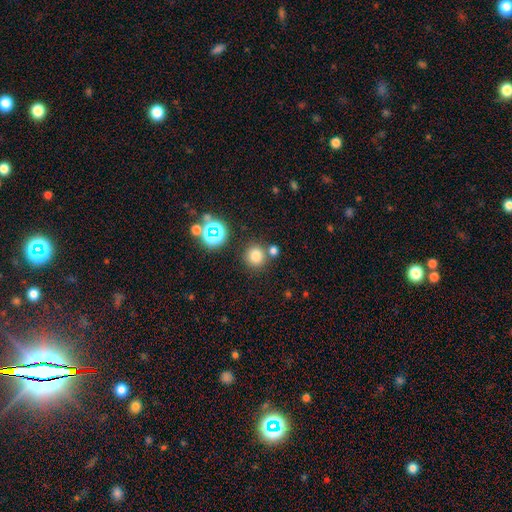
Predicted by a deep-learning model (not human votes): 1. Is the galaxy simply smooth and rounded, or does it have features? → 75% smooth, 18% star or artifact, 7% featured or disk.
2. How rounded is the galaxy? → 90% round, 9% in between, 1% cigar-shaped.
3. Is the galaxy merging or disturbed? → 75% none, 13% merger, 8% minor disturbance, 3% major disturbance.